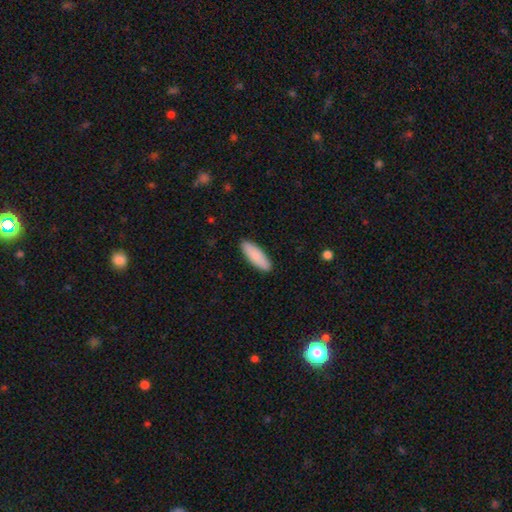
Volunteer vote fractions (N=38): Overall: smooth (82%). How rounded: in between (52%; cigar-shaped 48%). Merging: none (92%).